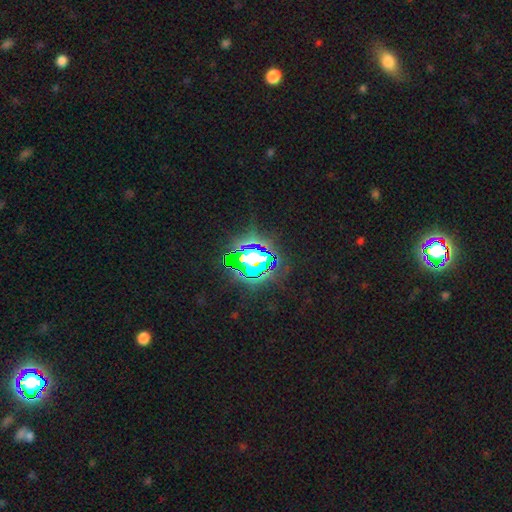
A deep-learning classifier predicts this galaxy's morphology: A star or artifact, not a galaxy (67%).

Vote fractions:
- Smooth or featured? star or artifact: 67% / smooth: 18% / featured or disk: 16%